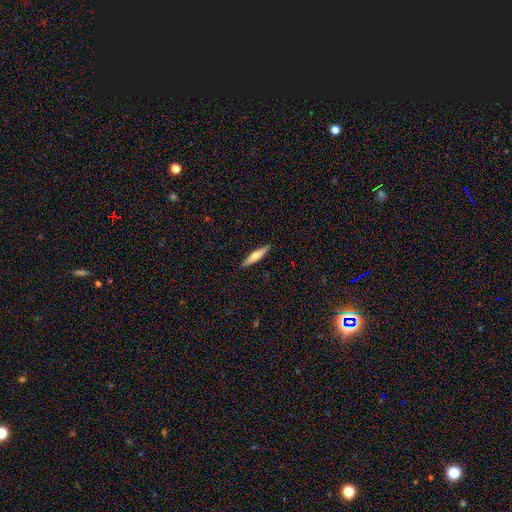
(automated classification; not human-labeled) This appears to be a smooth galaxy with no disk features (49%). Merging: none (91%).